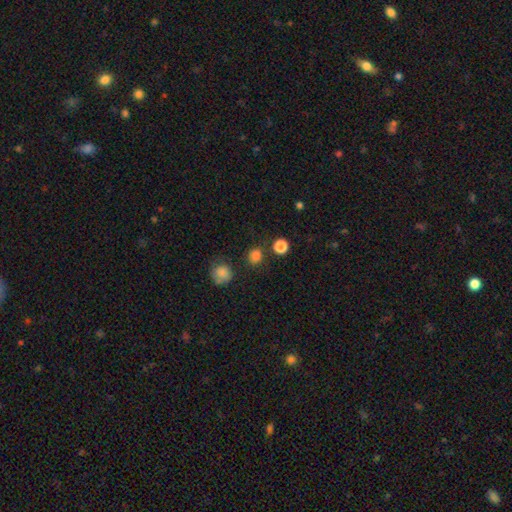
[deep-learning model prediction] Q: Smooth or featured?
A: smooth (81%); runner-up: star or artifact (15%)
Q: How rounded?
A: round (77%); runner-up: in between (22%)
Q: Merging?
A: none (80%); runner-up: minor disturbance (10%)